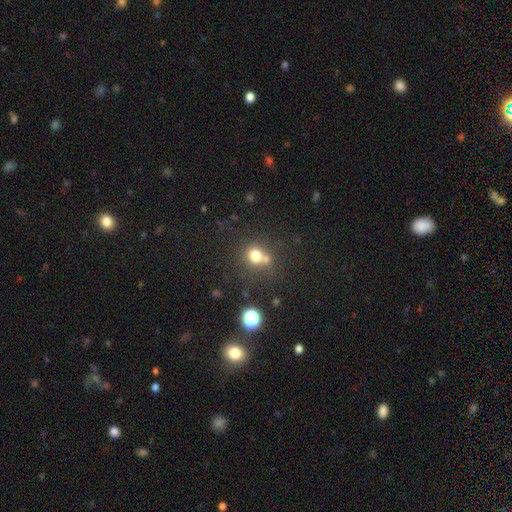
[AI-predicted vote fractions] Smooth or featured?
  - smooth: 73% *
  - star or artifact: 17%
  - featured or disk: 11%
How rounded?
  - round: 82% *
  - in between: 17%
  - cigar-shaped: 1%
Merging?
  - none: 53% *
  - merger: 33%
  - minor disturbance: 9%
  - major disturbance: 5%